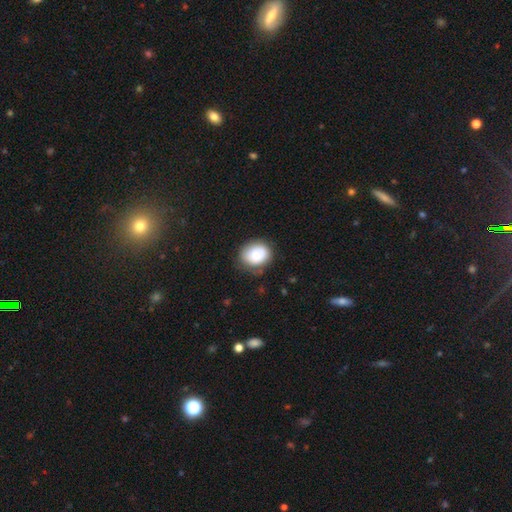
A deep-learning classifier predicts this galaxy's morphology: A smooth galaxy with no disk features (73%) that is round (62%). Merging: none (72%).